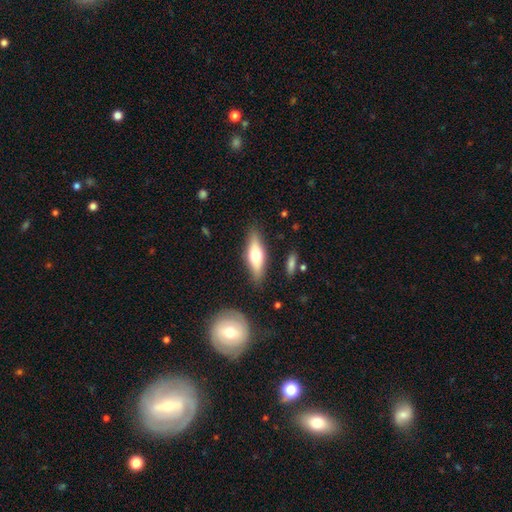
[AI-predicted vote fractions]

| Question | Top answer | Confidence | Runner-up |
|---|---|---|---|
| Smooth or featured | smooth | 53% | featured or disk (41%) |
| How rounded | in between | 49% | cigar-shaped (48%) |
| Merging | none | 84% | minor disturbance (11%) |